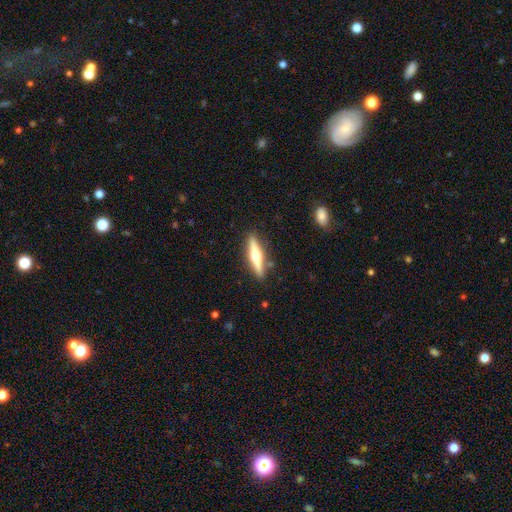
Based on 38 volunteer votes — featured or disk 76%, smooth 21%, star or artifact 3%. Down the decision tree: edge-on disk — yes (97%); edge-on bulge — rounded (100%); merging — none (92%).